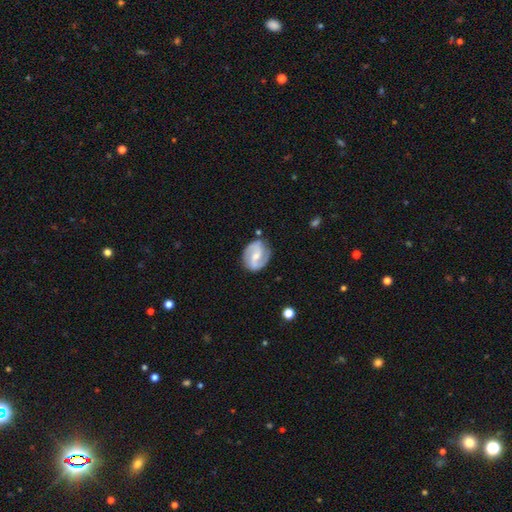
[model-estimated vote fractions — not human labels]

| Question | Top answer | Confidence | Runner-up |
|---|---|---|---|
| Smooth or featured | featured or disk | 80% | smooth (15%) |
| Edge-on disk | no | 97% | yes (3%) |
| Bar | weak | 48% | strong (27%) |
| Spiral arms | yes | 94% | no (6%) |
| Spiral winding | medium | 48% | loose (28%) |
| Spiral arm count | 2 | 90% | can't tell (5%) |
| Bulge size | moderate | 47% | small (42%) |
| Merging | none | 78% | minor disturbance (15%) |